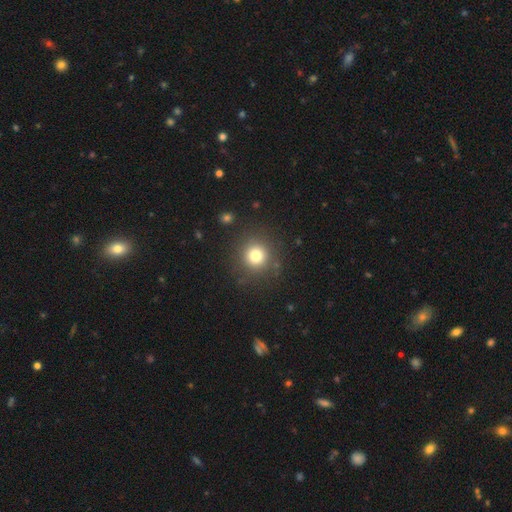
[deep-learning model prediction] A smooth galaxy with no disk features (78%) that is round (93%). Merging: none (87%).